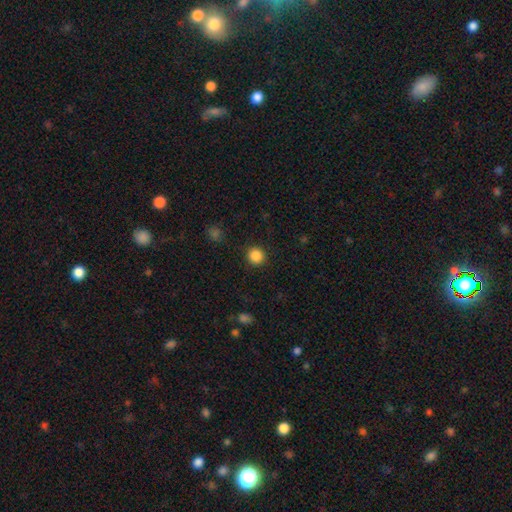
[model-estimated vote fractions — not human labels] smooth-or-featured: smooth: 86% | star or artifact: 11% | featured or disk: 3%
  how-rounded: round: 94% | in between: 5% | cigar-shaped: 1%
  merging: none: 91% | minor disturbance: 5% | major disturbance: 2% | merger: 1%